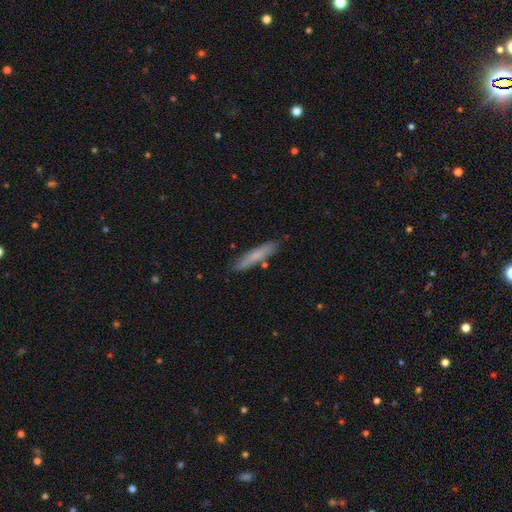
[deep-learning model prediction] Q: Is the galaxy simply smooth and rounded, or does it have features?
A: smooth — 66%.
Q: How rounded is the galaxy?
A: cigar-shaped — 90%.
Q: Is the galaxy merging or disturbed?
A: none — 83%.